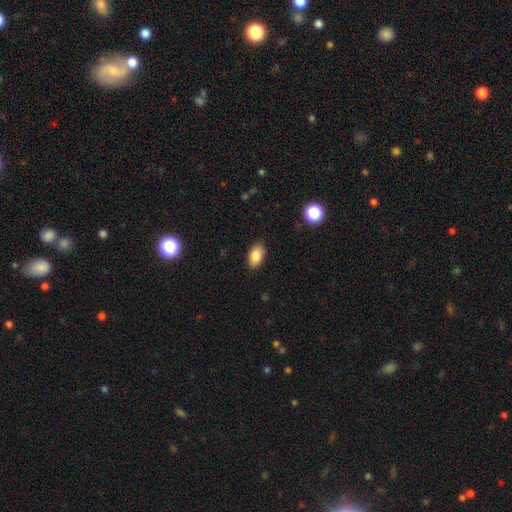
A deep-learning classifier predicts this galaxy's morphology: smooth_or_featured: smooth (p=0.85) [alt: star or artifact p=0.08]
how_rounded: in between (p=0.92) [alt: round p=0.06]
merging: none (p=0.88) [alt: minor disturbance p=0.09]